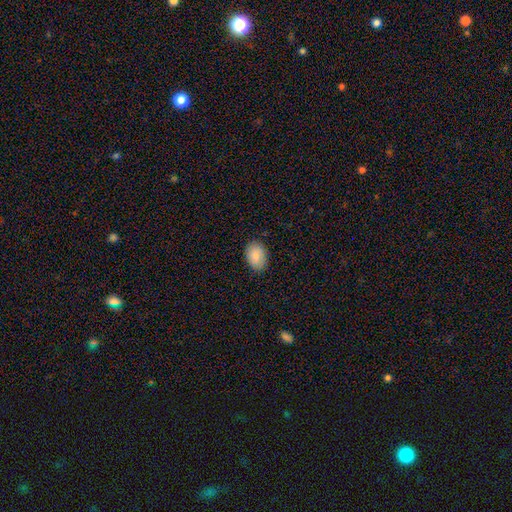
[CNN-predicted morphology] smooth 86%, featured or disk 8%, star or artifact 7%. Down the decision tree: how rounded — in between (83%); merging — none (87%).